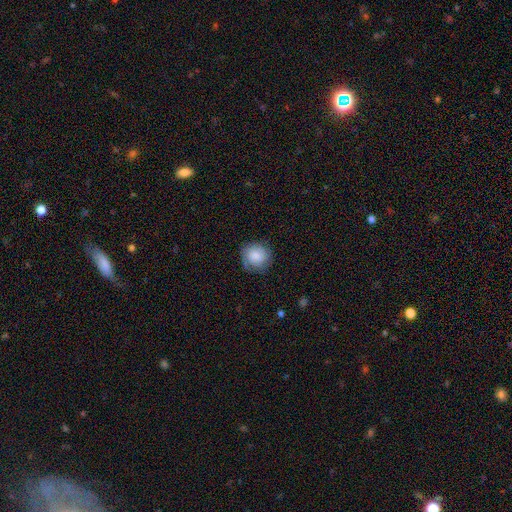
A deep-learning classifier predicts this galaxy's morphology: Smooth or featured? Predicted: smooth (p=0.70). How rounded? Predicted: round (p=0.86). Merging? Predicted: none (p=0.73).